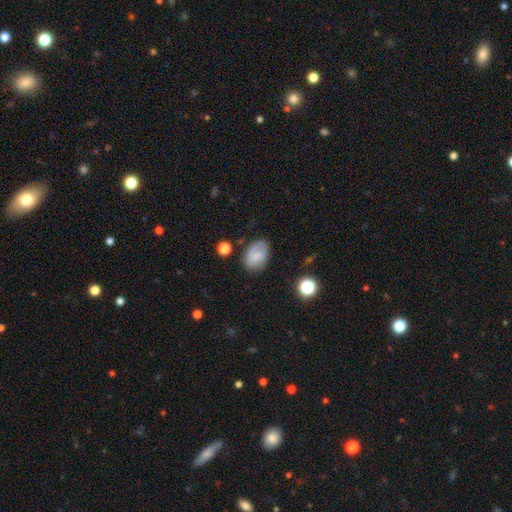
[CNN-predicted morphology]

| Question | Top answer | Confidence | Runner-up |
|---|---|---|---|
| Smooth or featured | smooth | 67% | featured or disk (23%) |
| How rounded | in between | 81% | round (18%) |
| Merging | none | 68% | minor disturbance (22%) |